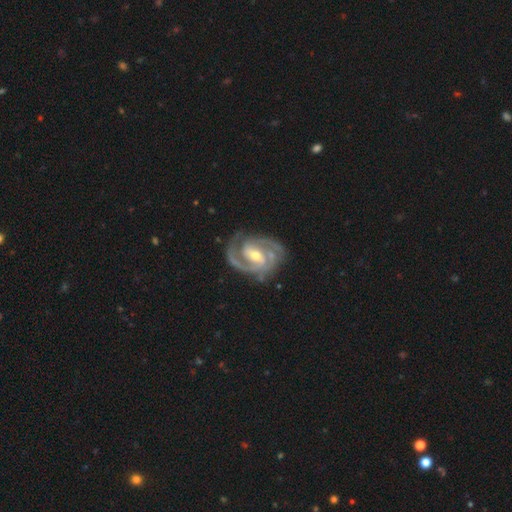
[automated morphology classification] Smooth or featured?
  - featured or disk: 92% *
  - smooth: 4%
  - star or artifact: 4%
Edge-on disk?
  - no: 98% *
  - yes: 2%
Bar?
  - weak: 47% *
  - strong: 29%
  - no: 25%
Spiral arms?
  - yes: 98% *
  - no: 2%
Spiral winding?
  - tight: 52% *
  - medium: 42%
  - loose: 6%
Spiral arm count?
  - 2: 67% *
  - 3: 19%
  - can't tell: 6%
  - 1: 3%
  - 4: 3%
  - more than 4: 3%
Bulge size?
  - moderate: 59% *
  - small: 37%
  - large: 3%
  - none: 1%
  - dominant: 1%
Merging?
  - none: 74% *
  - minor disturbance: 17%
  - major disturbance: 7%
  - merger: 2%